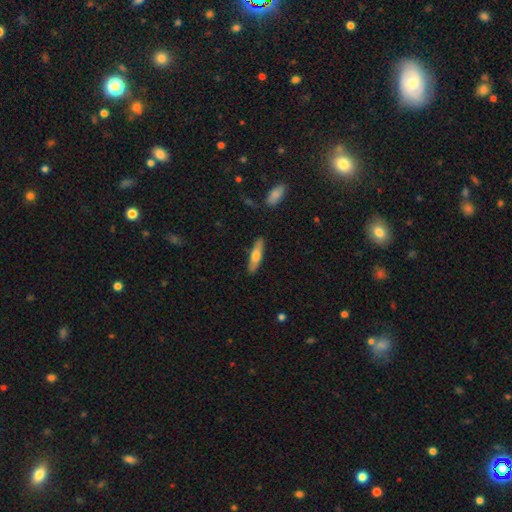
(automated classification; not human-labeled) A smooth galaxy with no disk features (59%) that is cigar-shaped (71%). Merging: none (88%).